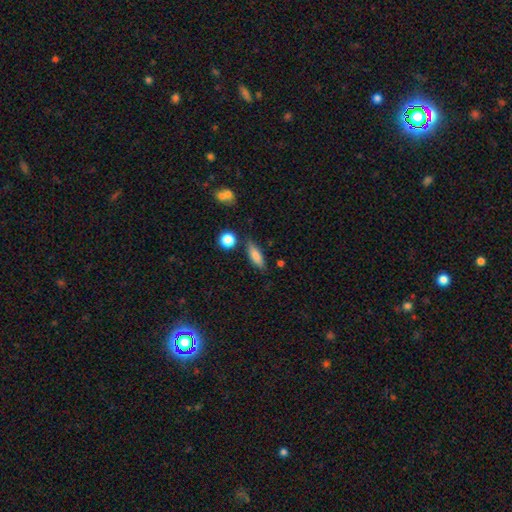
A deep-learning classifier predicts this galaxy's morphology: Smooth or featured?
  - smooth: 79% *
  - featured or disk: 13%
  - star or artifact: 8%
How rounded?
  - in between: 53% *
  - cigar-shaped: 43%
  - round: 4%
Merging?
  - none: 77% *
  - minor disturbance: 15%
  - merger: 4%
  - major disturbance: 4%